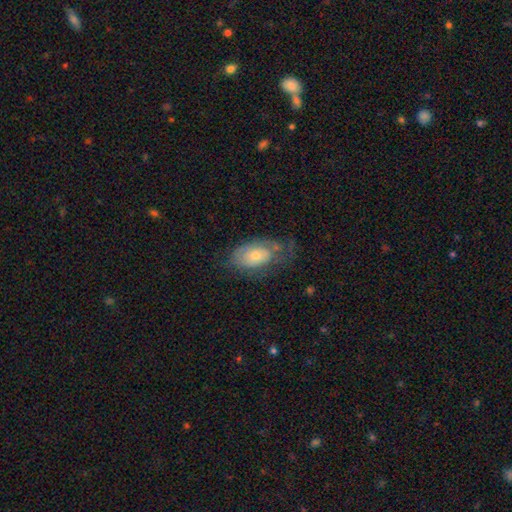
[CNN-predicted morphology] A smooth galaxy with no disk features (53%) that is in between round and cigar-shaped (91%). Merging: none (43%).